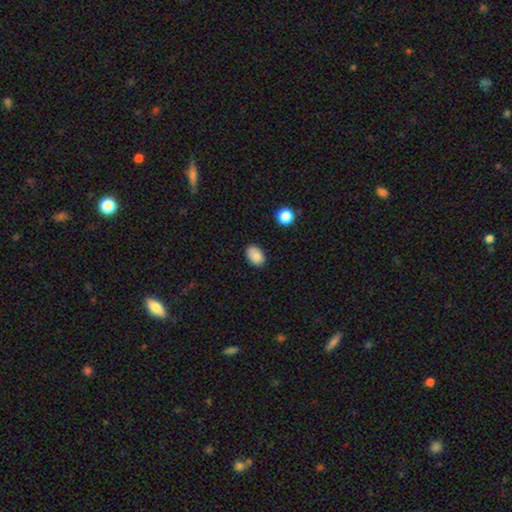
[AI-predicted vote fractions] Overall: smooth (87%). How rounded: in between (86%). Merging: none (82%).